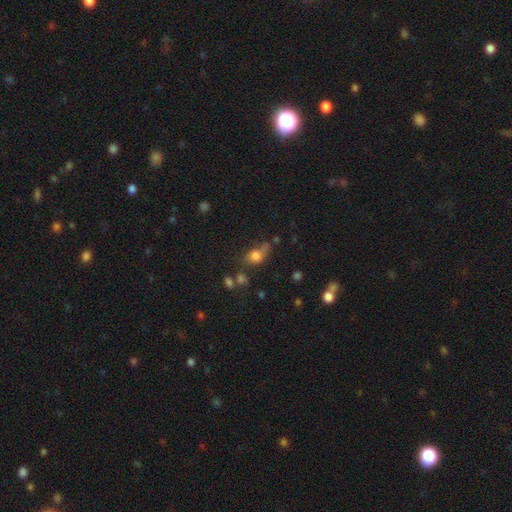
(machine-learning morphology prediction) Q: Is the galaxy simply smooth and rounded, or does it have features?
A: smooth — 74%.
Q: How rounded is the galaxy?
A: in between — 53%.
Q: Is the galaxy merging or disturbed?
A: none — 42%.